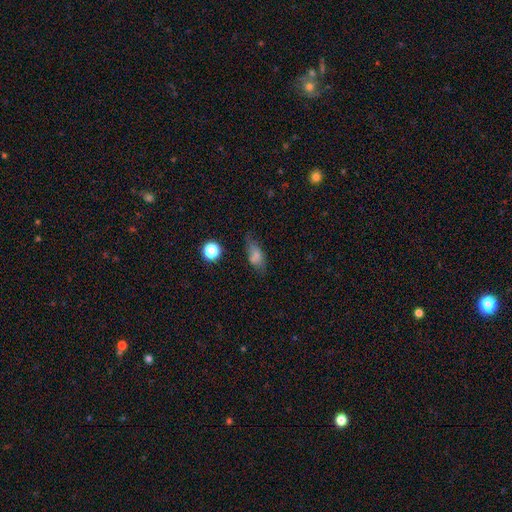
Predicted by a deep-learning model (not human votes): This is likely a smooth galaxy (68%). How rounded: likely in between (78%). Merging: possibly none (53%).